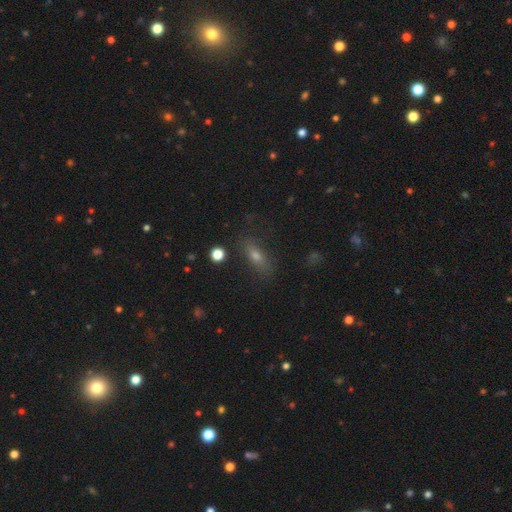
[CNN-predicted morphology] A smooth galaxy with no disk features (58%) that is in between round and cigar-shaped (57%).

Vote fractions:
- Smooth or featured? smooth: 58% / featured or disk: 23% / star or artifact: 19%
- How rounded? in between: 57% / cigar-shaped: 34% / round: 9%
- Merging? none: 74% / minor disturbance: 16% / major disturbance: 7% / merger: 3%